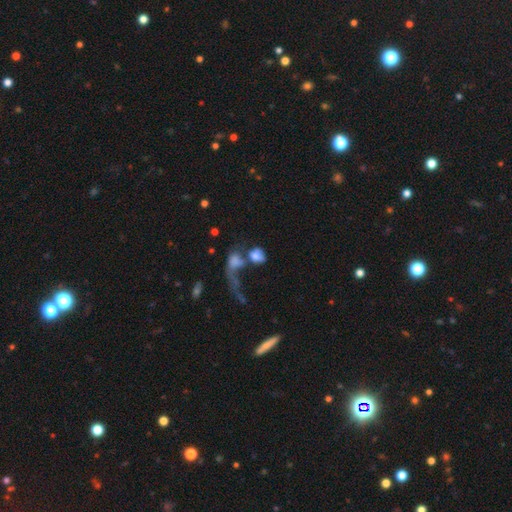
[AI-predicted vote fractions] Q: Smooth or featured?
A: smooth (68%); runner-up: featured or disk (21%)
Q: How rounded?
A: round (49%); runner-up: in between (48%)
Q: Merging?
A: merger (52%); runner-up: major disturbance (23%)